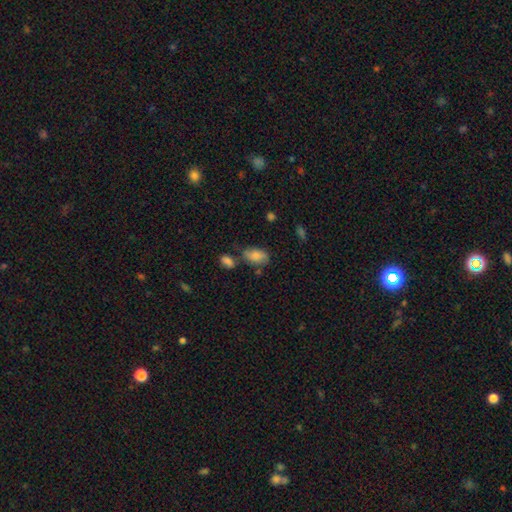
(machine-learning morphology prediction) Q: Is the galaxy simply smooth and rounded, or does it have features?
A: smooth — 81%.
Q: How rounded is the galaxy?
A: in between — 90%.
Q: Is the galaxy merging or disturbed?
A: none — 54%.